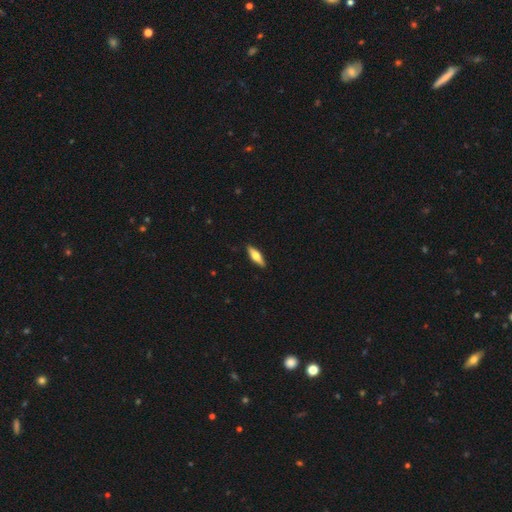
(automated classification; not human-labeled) Overall: smooth (52%; featured or disk 42%). How rounded: cigar-shaped (54%; in between 44%). Merging: none (90%).